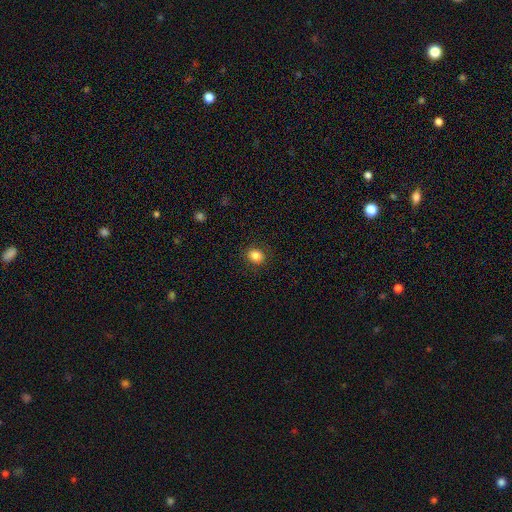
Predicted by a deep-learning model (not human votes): Smooth or featured: smooth — 84% (star or artifact — 11%)
How rounded: round — 66% (in between — 33%)
Merging: none — 89% (minor disturbance — 8%)